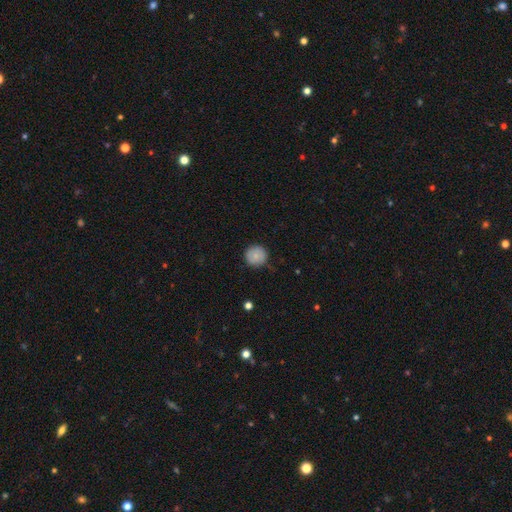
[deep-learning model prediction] smooth-or-featured: smooth: 83% | featured or disk: 9% | star or artifact: 7%
  how-rounded: round: 95% | in between: 4% | cigar-shaped: 1%
  merging: none: 85% | minor disturbance: 12% | major disturbance: 2% | merger: 1%